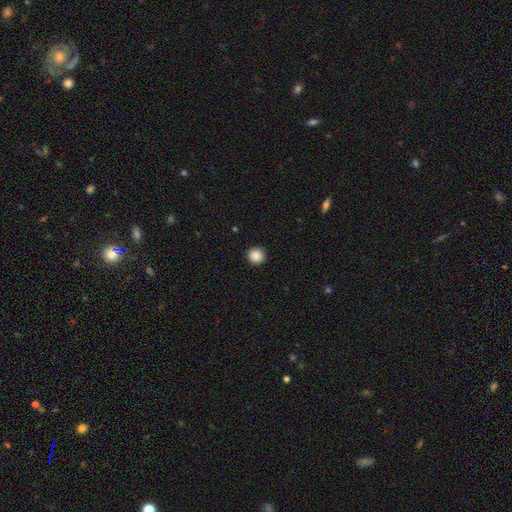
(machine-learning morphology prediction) A smooth galaxy with no disk features (88%) that is round (95%). Merging: none (92%).